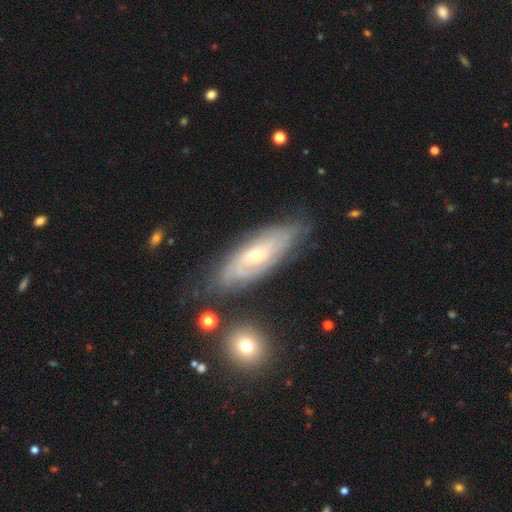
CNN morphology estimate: Smooth or featured? Predicted: featured or disk (p=0.75). Edge-on disk? Predicted: no (p=0.85). Bar? Predicted: no (p=0.63). Spiral arms? Predicted: yes (p=0.90). Spiral winding? Predicted: tight (p=0.64). Spiral arm count? Predicted: can't tell (p=0.54). Bulge size? Predicted: small (p=0.70). Merging? Predicted: none (p=0.72).